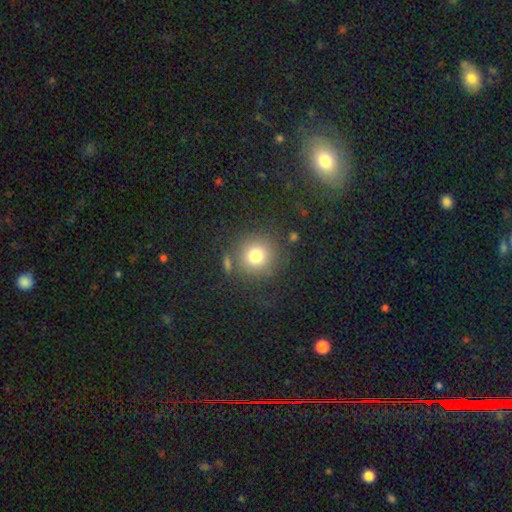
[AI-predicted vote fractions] A smooth galaxy with no disk features (78%) that is round (92%).

Vote fractions:
- Smooth or featured? smooth: 78% / star or artifact: 13% / featured or disk: 10%
- How rounded? round: 92% / in between: 7% / cigar-shaped: 1%
- Merging? none: 77% / minor disturbance: 11% / major disturbance: 6% / merger: 5%